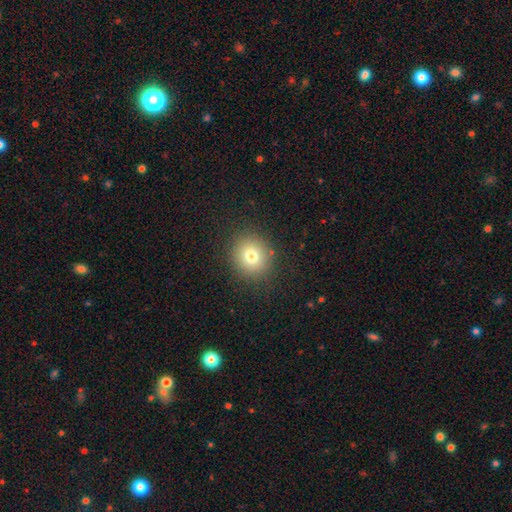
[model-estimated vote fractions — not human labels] This is likely a smooth galaxy (76%). How rounded: clearly round (85%). Merging: clearly none (92%).